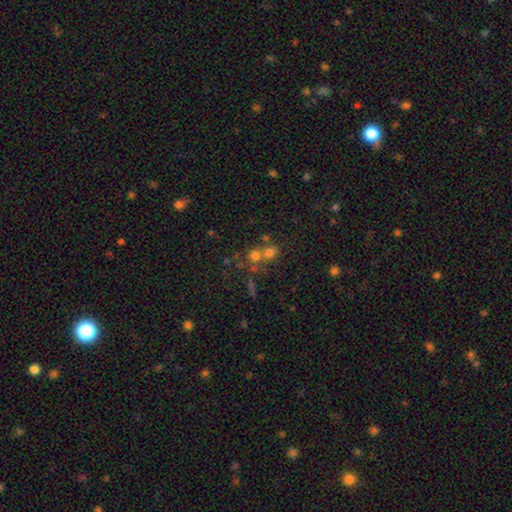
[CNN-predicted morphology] A smooth galaxy with no disk features (63%) that is round (78%). Merging: merger (47%).